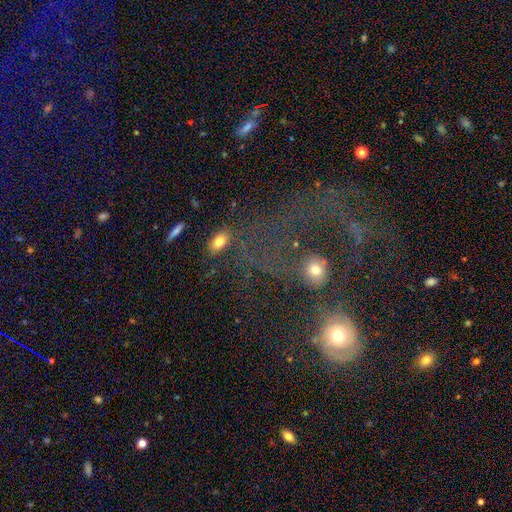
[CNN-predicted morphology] Smooth or featured: star or artifact — 39% (smooth — 37%)